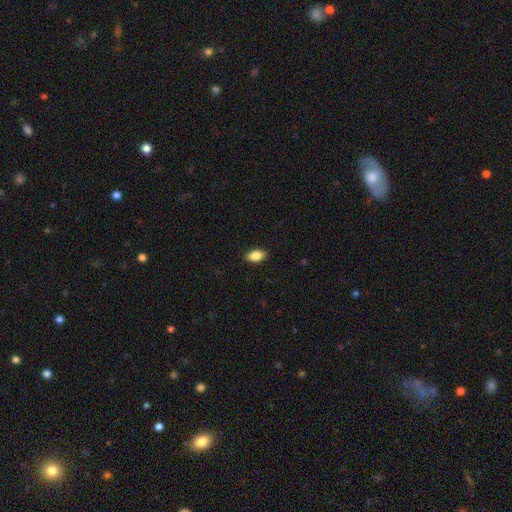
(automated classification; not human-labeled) This appears to be a smooth galaxy with no disk features (87%) that is in between round and cigar-shaped (91%). Merging: none (89%).